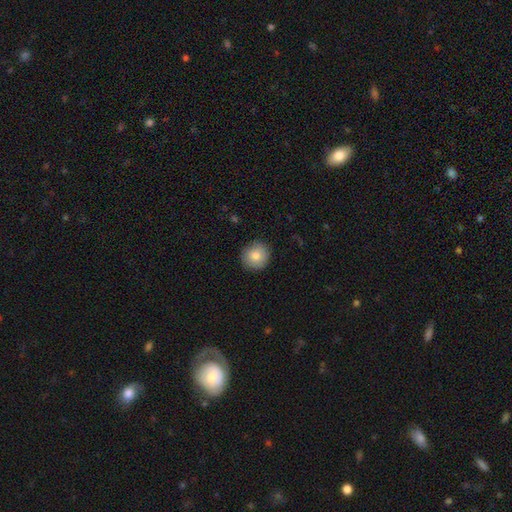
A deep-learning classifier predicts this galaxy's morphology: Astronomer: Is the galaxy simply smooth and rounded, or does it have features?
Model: smooth — 82%.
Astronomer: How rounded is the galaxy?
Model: round — 92%.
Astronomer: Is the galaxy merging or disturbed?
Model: none — 89%.